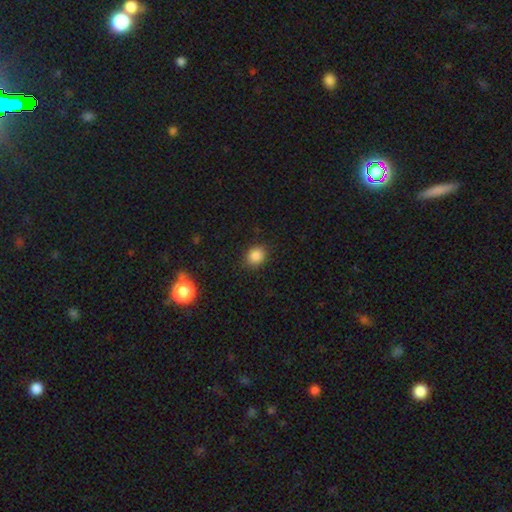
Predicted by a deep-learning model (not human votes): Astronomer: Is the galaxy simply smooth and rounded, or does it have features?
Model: smooth — 86%.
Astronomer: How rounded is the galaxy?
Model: round — 70%.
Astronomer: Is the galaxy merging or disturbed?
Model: none — 87%.